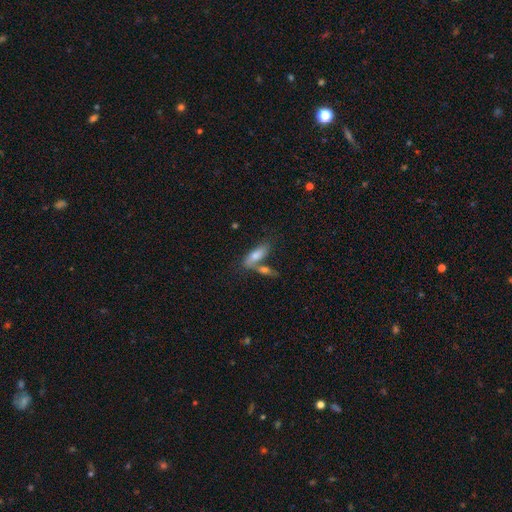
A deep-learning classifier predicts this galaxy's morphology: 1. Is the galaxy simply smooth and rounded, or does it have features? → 71% smooth, 21% featured or disk, 8% star or artifact.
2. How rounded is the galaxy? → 62% in between, 35% cigar-shaped, 3% round.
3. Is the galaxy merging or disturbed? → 50% none, 33% merger, 13% minor disturbance, 5% major disturbance.